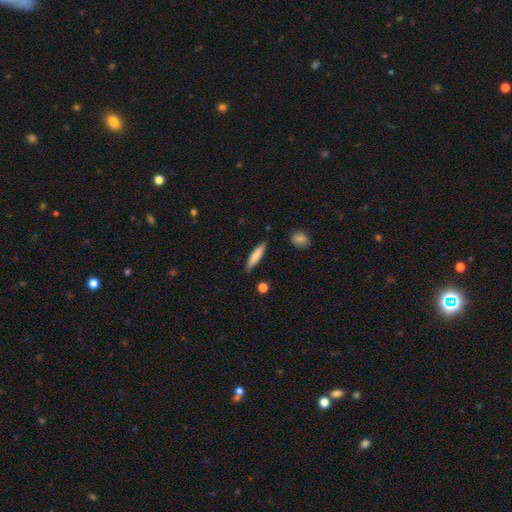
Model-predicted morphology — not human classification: This is likely a smooth galaxy (78%). How rounded: clearly cigar-shaped (82%). Merging: clearly none (85%).